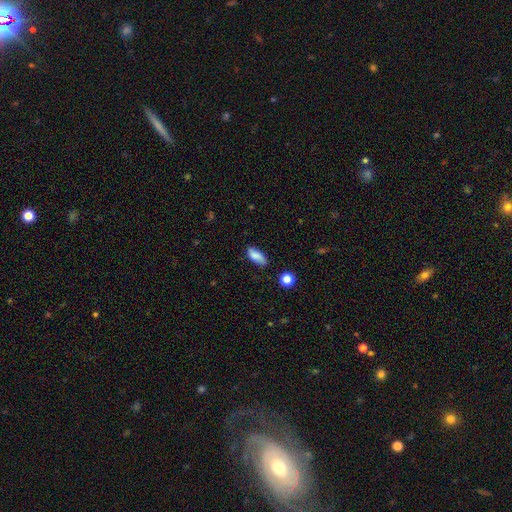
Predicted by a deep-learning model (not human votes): Smooth or featured: smooth — 81% (featured or disk — 11%)
How rounded: in between — 79% (cigar-shaped — 18%)
Merging: none — 73% (minor disturbance — 20%)